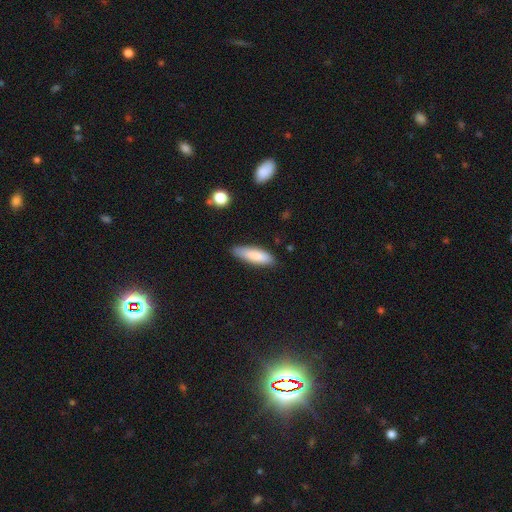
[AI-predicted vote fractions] Overall: smooth (85%). How rounded: cigar-shaped (52%; in between 46%). Merging: none (81%).